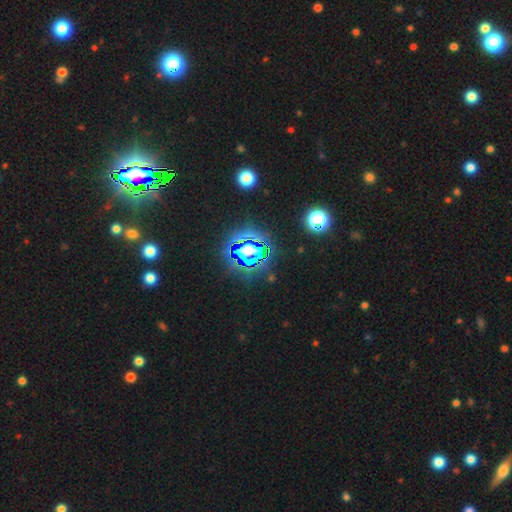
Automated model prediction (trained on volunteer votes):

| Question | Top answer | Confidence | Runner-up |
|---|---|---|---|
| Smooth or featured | star or artifact | 66% | smooth (22%) |